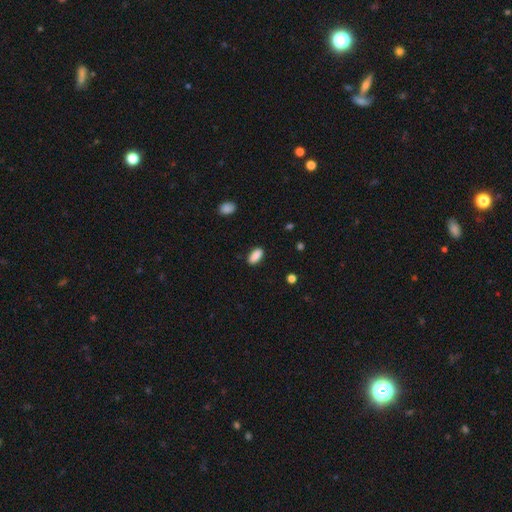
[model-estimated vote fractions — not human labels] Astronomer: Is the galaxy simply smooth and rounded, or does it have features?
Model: smooth — 89%.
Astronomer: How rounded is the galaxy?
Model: in between — 89%.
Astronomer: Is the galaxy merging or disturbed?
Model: none — 87%.